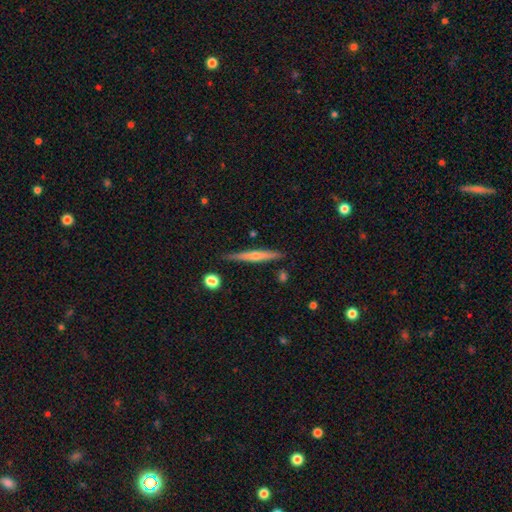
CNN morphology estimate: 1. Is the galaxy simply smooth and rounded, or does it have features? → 60% featured or disk, 34% smooth, 6% star or artifact.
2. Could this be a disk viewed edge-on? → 97% yes, 3% no.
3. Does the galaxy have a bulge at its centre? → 70% rounded, 24% none, 6% boxy.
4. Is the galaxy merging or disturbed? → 87% none, 9% minor disturbance, 2% merger, 2% major disturbance.